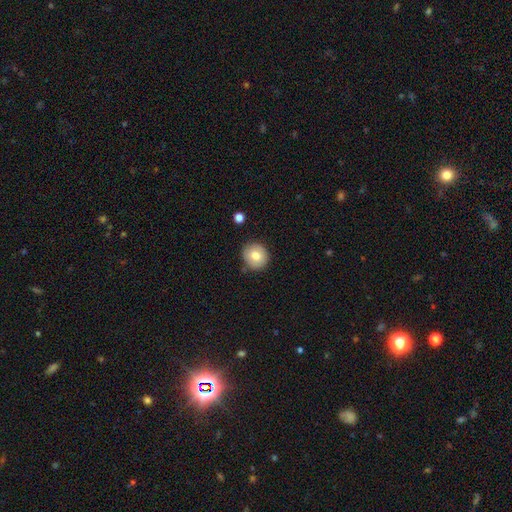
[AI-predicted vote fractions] This appears to be a smooth galaxy with no disk features (79%) that is round (86%). Merging: none (84%).